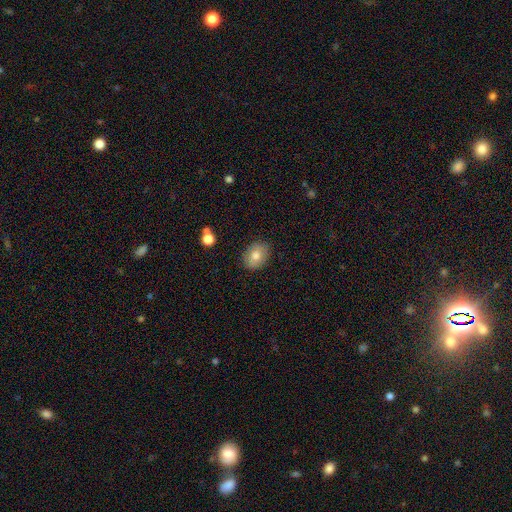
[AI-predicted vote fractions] smooth 78%, featured or disk 13%, star or artifact 8%. Down the decision tree: how rounded — in between (68%); merging — none (86%).